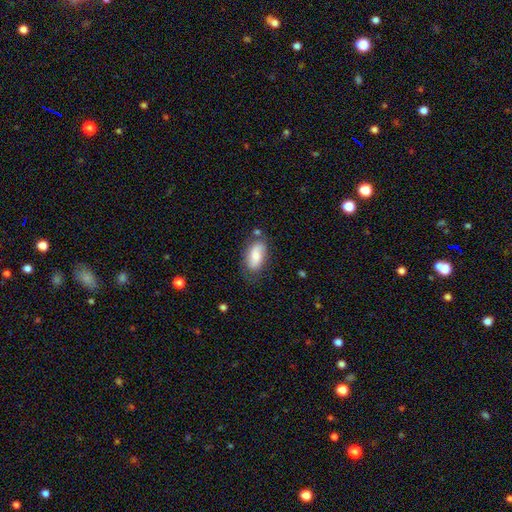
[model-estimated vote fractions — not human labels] Smooth or featured? Predicted: smooth (p=0.77). How rounded? Predicted: in between (p=0.92). Merging? Predicted: none (p=0.64).